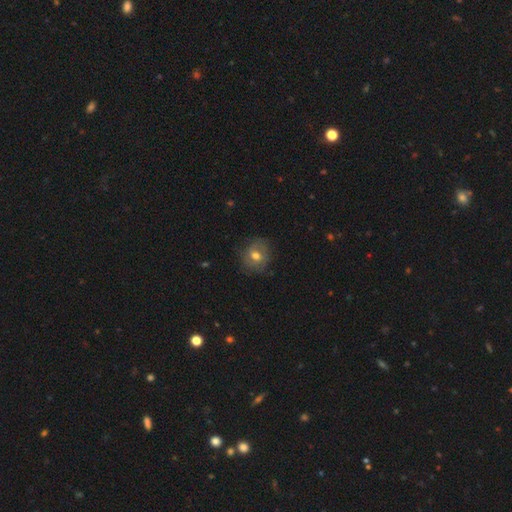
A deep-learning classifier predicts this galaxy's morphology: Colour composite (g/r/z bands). It shows a smooth galaxy with no disk features (59%) that is round (72%). Merging: none (74%).